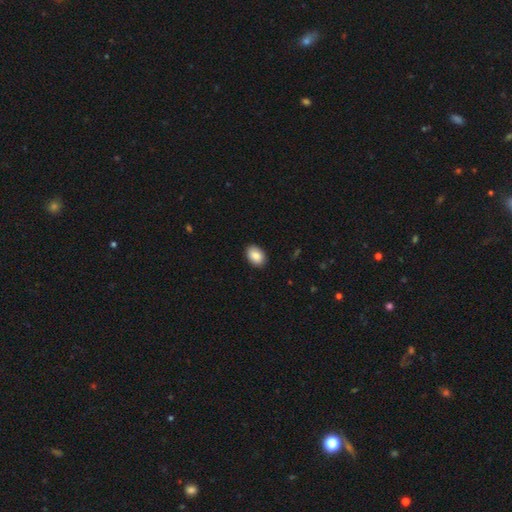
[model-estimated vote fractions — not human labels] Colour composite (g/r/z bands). It shows a smooth galaxy with no disk features (87%) that is in between round and cigar-shaped (83%). Merging: none (90%).